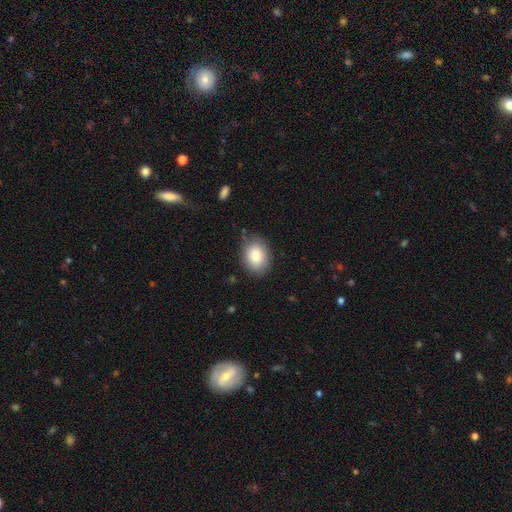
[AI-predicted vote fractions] smooth 84%, featured or disk 9%, star or artifact 7%. Down the decision tree: how rounded — in between (71%); merging — none (80%).